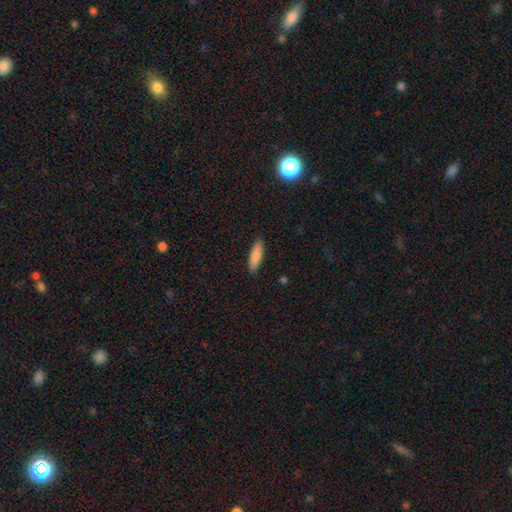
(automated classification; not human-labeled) This is clearly a smooth galaxy (86%). How rounded: likely cigar-shaped (63%). Merging: clearly none (89%).